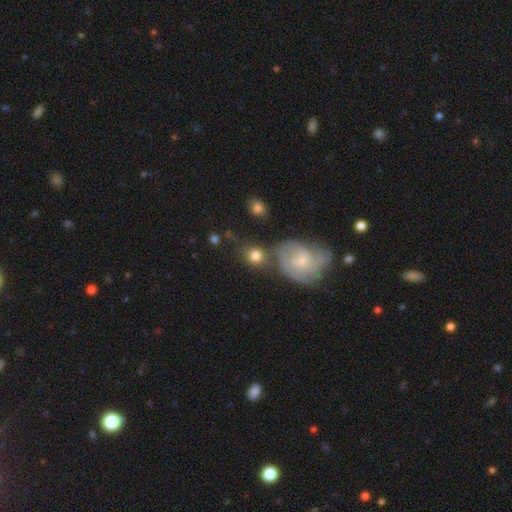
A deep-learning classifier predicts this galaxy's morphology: This is likely a smooth galaxy (68%). How rounded: likely round (78%). Merging: possibly none (57%).